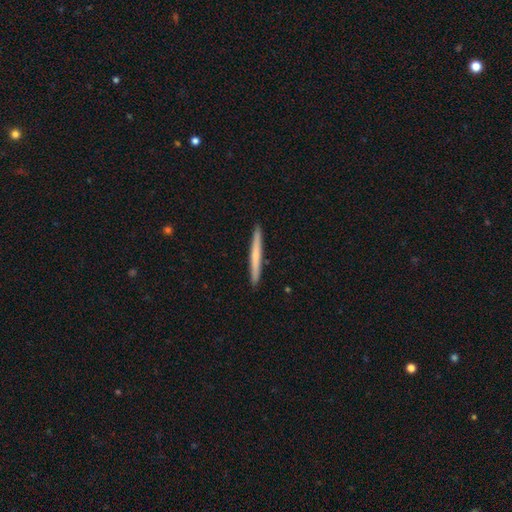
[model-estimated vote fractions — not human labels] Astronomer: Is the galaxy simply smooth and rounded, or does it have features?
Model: smooth — 55% (runner-up: featured or disk, 40%).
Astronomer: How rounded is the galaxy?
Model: cigar-shaped — 97%.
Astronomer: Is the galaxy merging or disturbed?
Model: none — 93%.